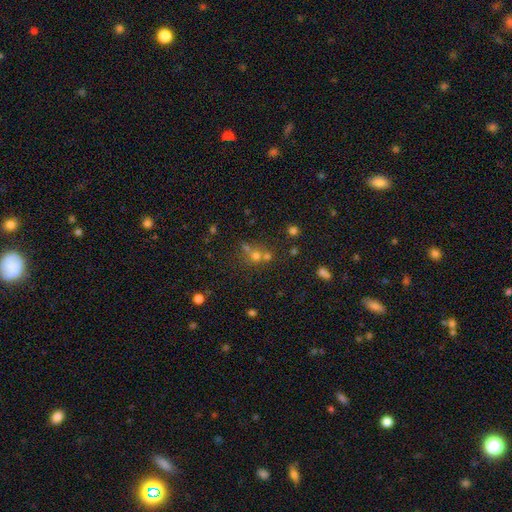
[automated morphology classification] This appears to be a smooth galaxy with no disk features (56%) that is round (84%). Merging: none (48%).